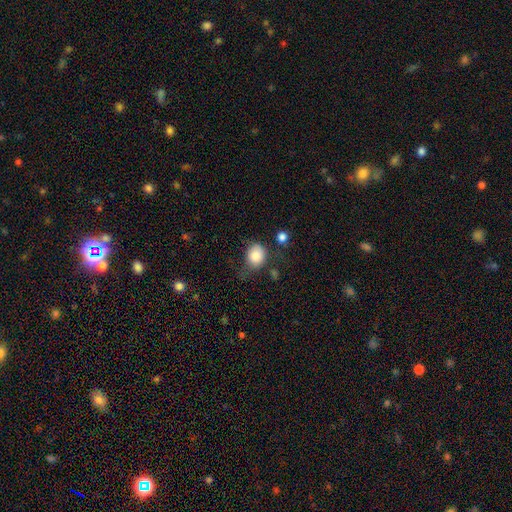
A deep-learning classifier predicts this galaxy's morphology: Smooth or featured?
  - smooth: 81% *
  - featured or disk: 10%
  - star or artifact: 9%
How rounded?
  - round: 60% *
  - in between: 39%
  - cigar-shaped: 1%
Merging?
  - none: 51% *
  - minor disturbance: 30%
  - major disturbance: 14%
  - merger: 5%